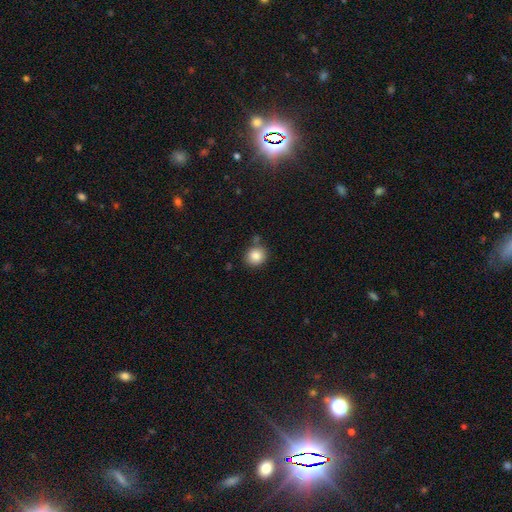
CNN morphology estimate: smooth-or-featured: smooth: 84% | star or artifact: 10% | featured or disk: 6%
  how-rounded: round: 85% | in between: 14% | cigar-shaped: 1%
  merging: none: 78% | minor disturbance: 12% | merger: 7% | major disturbance: 3%